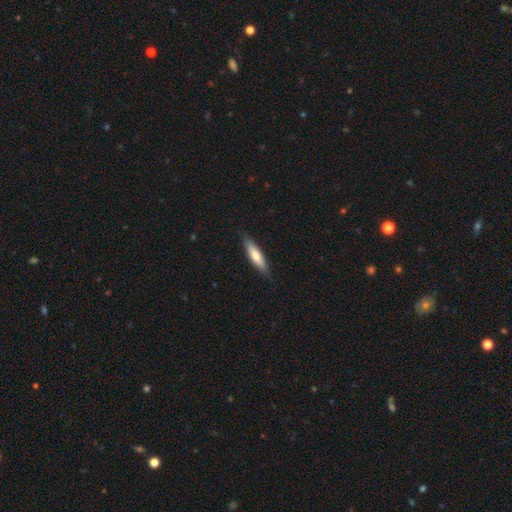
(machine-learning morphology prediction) This is likely a smooth galaxy (68%). How rounded: likely cigar-shaped (71%). Merging: clearly none (86%).